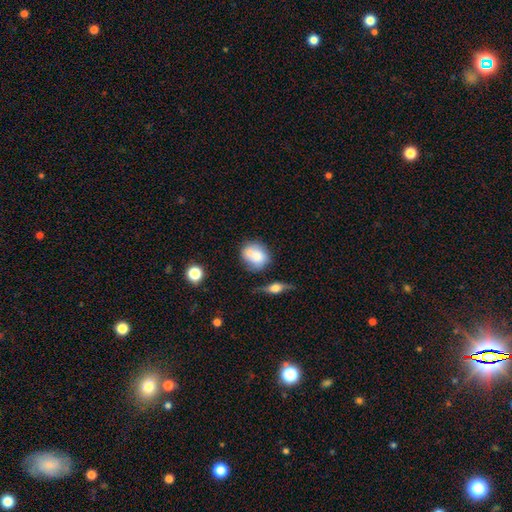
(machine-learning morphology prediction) Q: Smooth or featured?
A: smooth (72%); runner-up: featured or disk (20%)
Q: How rounded?
A: round (64%); runner-up: in between (34%)
Q: Merging?
A: none (44%); runner-up: merger (35%)